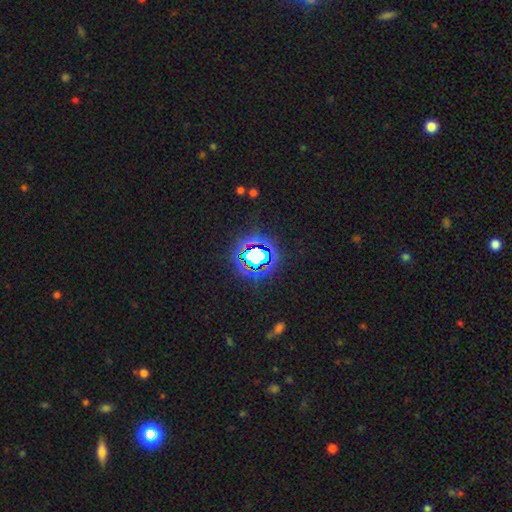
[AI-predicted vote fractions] Q: Smooth or featured?
A: star or artifact (67%); runner-up: smooth (19%)